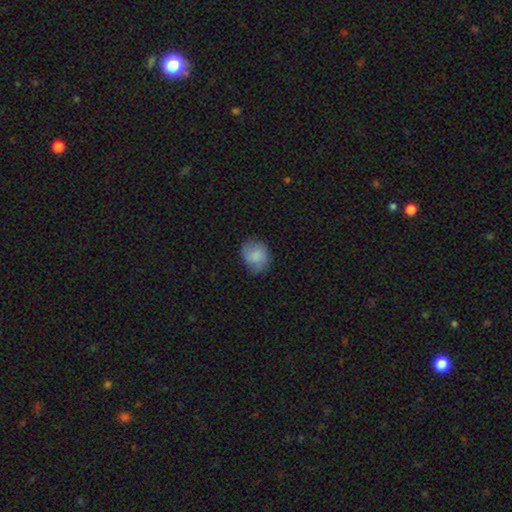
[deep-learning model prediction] The model was most divided on "how rounded": round: 57%, in between: 42%, cigar-shaped: 1%. More confident: smooth or featured — smooth (81%); merging — none (68%).